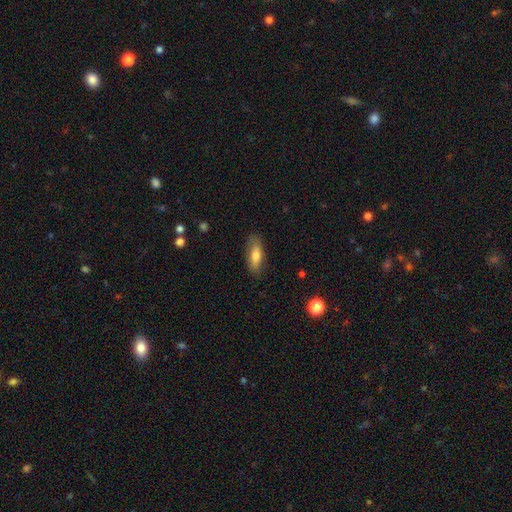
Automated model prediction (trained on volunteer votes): Q: Smooth or featured?
A: smooth (74%); runner-up: featured or disk (19%)
Q: How rounded?
A: in between (68%); runner-up: cigar-shaped (30%)
Q: Merging?
A: none (83%); runner-up: minor disturbance (13%)